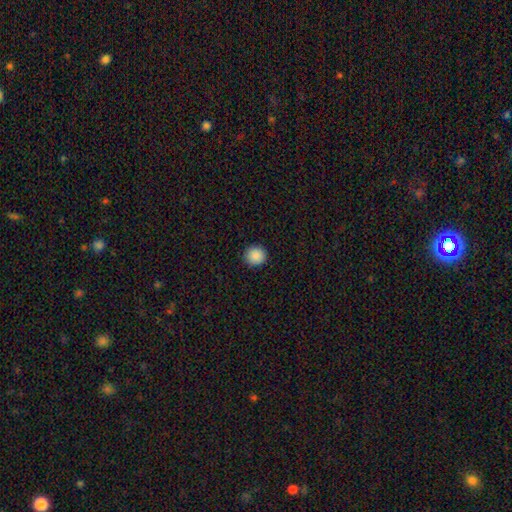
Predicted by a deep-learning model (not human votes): Smooth or featured? Predicted: smooth (p=0.89). How rounded? Predicted: round (p=0.92). Merging? Predicted: none (p=0.92).